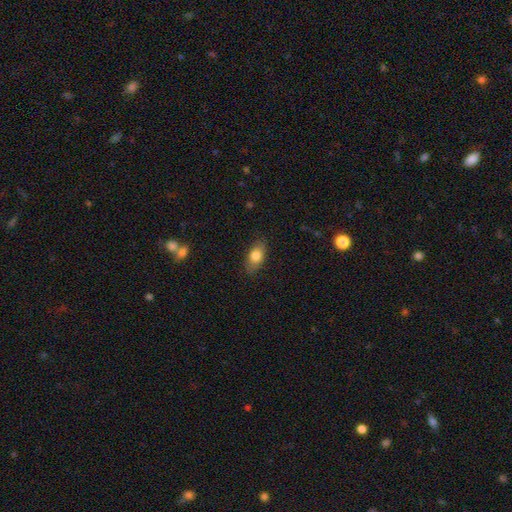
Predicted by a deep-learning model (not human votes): Smooth or featured? smooth (79%)
How rounded? in between (85%)
Merging? none (83%)